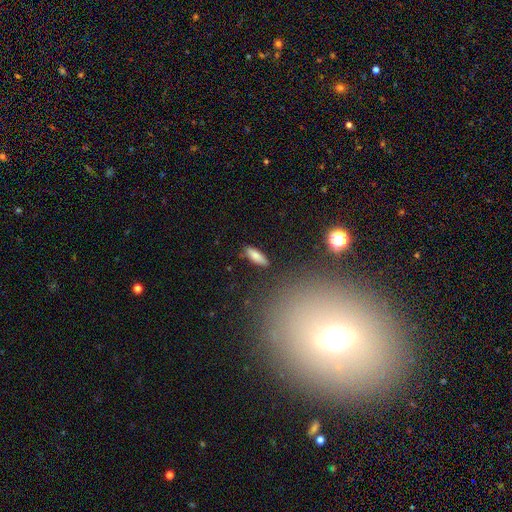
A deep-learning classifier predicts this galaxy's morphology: smooth_or_featured: smooth (p=0.80) [alt: featured or disk p=0.12]
how_rounded: in between (p=0.52) [alt: cigar-shaped p=0.46]
merging: none (p=0.86) [alt: minor disturbance p=0.10]